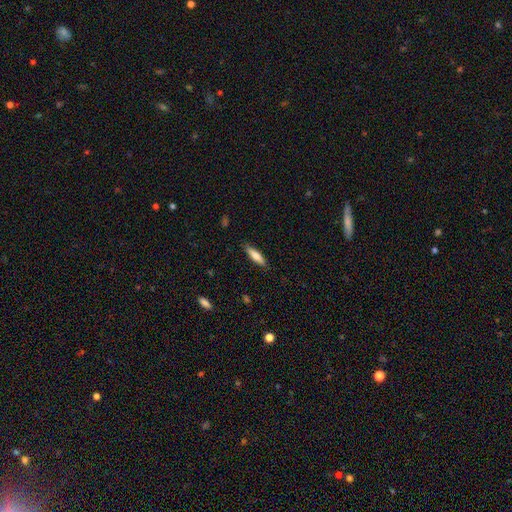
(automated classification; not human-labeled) smooth-or-featured: smooth: 72% | featured or disk: 22% | star or artifact: 6%
  how-rounded: cigar-shaped: 70% | in between: 28% | round: 2%
  merging: none: 86% | minor disturbance: 11% | major disturbance: 2% | merger: 1%